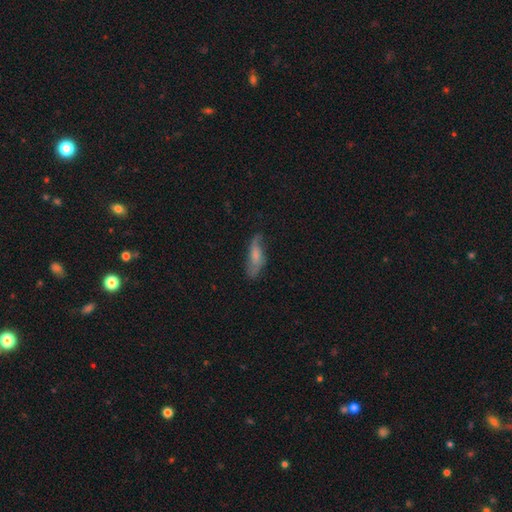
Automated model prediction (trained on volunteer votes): Q: Smooth or featured?
A: smooth (53%); runner-up: featured or disk (40%)
Q: How rounded?
A: in between (55%); runner-up: cigar-shaped (42%)
Q: Merging?
A: none (61%); runner-up: minor disturbance (27%)